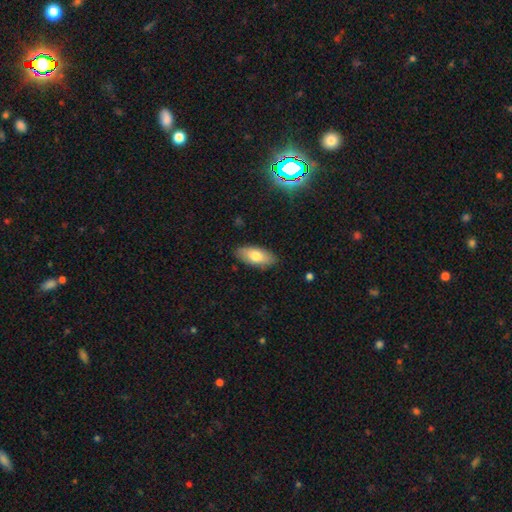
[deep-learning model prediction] A smooth galaxy with no disk features (75%) that is in between round and cigar-shaped (87%).

Vote fractions:
- Smooth or featured? smooth: 75% / featured or disk: 19% / star or artifact: 7%
- How rounded? in between: 87% / cigar-shaped: 10% / round: 3%
- Merging? none: 87% / minor disturbance: 10% / major disturbance: 2% / merger: 1%